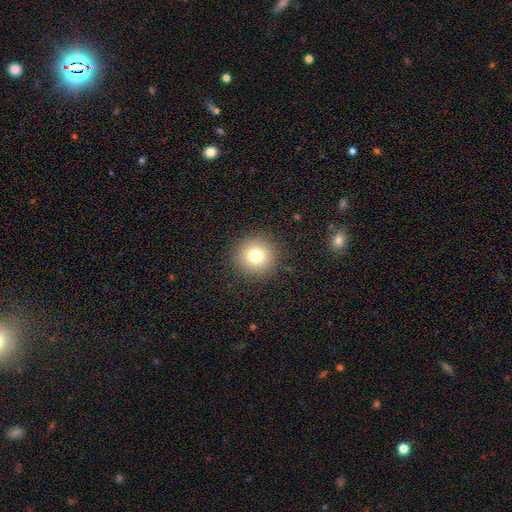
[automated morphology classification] Smooth or featured? smooth (77%)
How rounded? round (94%)
Merging? none (91%)